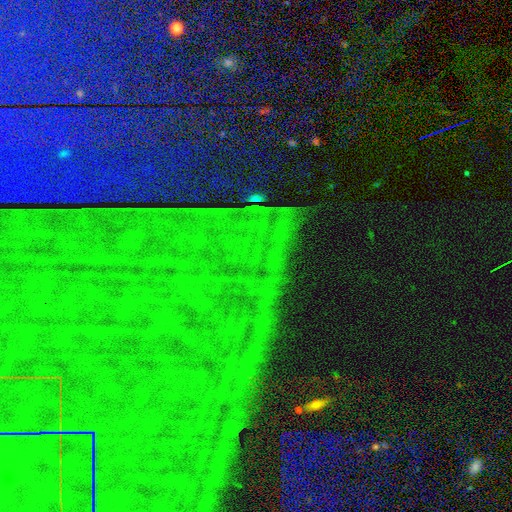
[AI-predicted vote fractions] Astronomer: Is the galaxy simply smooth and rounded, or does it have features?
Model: star or artifact — 86%.